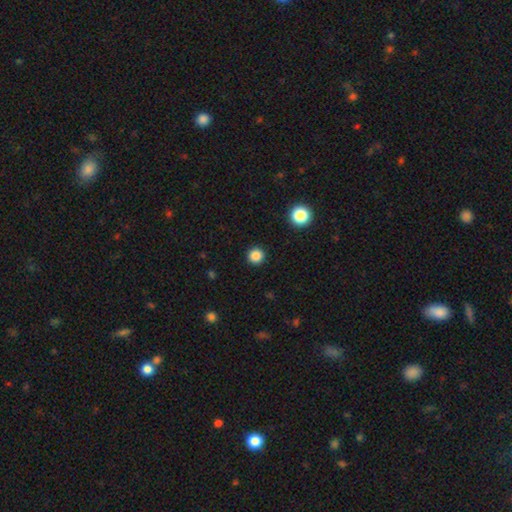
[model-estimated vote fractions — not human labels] Smooth or featured?
  - smooth: 85% *
  - star or artifact: 12%
  - featured or disk: 3%
How rounded?
  - round: 96% *
  - in between: 4%
  - cigar-shaped: 1%
Merging?
  - none: 92% *
  - minor disturbance: 5%
  - major disturbance: 2%
  - merger: 1%